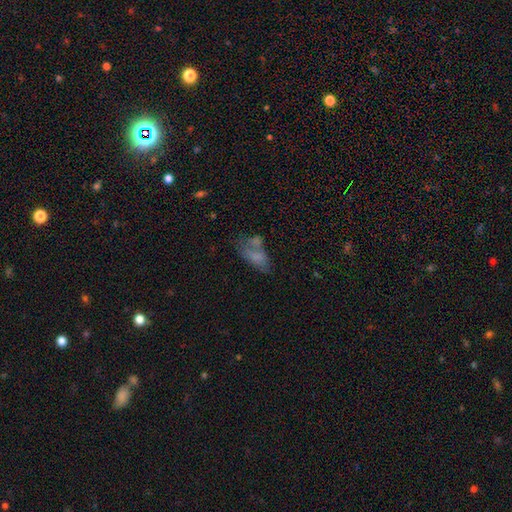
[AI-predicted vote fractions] smooth_or_featured: smooth (p=0.64) [alt: featured or disk p=0.24]
how_rounded: in between (p=0.86) [alt: cigar-shaped p=0.08]
merging: merger (p=0.39) [alt: none p=0.28]